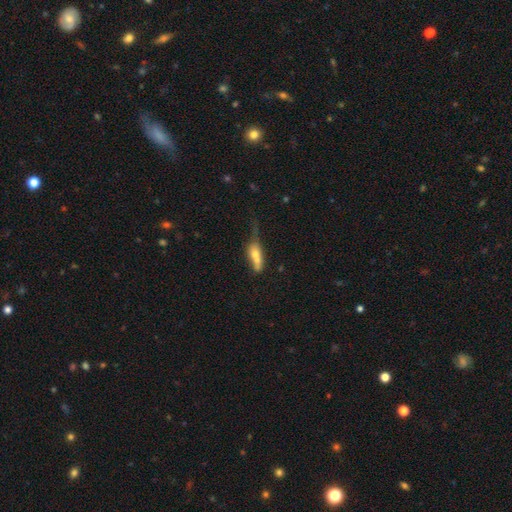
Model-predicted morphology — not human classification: smooth_or_featured: smooth (p=0.58) [alt: featured or disk p=0.33]
how_rounded: in between (p=0.60) [alt: cigar-shaped p=0.31]
merging: merger (p=0.41) [alt: none p=0.22]